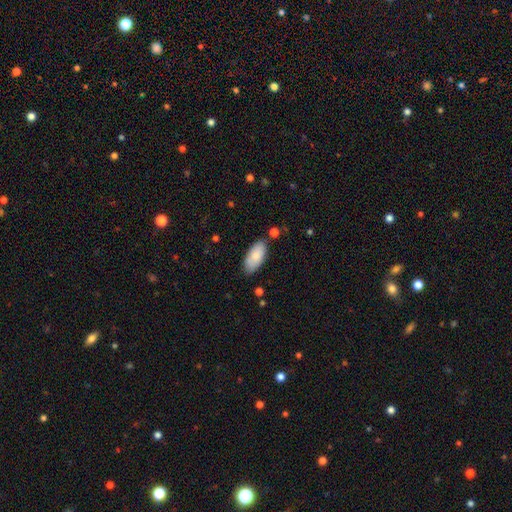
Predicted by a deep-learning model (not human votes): The model was most divided on "merging": none: 78%, minor disturbance: 15%, merger: 3%, major disturbance: 3%. More confident: how rounded — in between (92%); smooth or featured — smooth (83%).